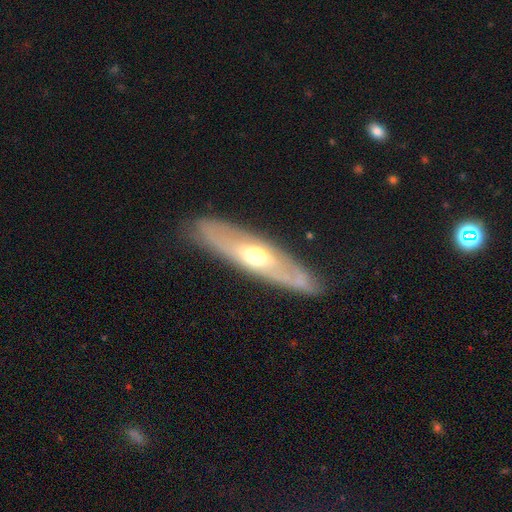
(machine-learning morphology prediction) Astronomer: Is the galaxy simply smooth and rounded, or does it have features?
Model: featured or disk — 63%.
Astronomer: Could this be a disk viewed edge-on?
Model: no — 59% (runner-up: yes, 41%).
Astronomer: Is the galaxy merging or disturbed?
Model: none — 84%.